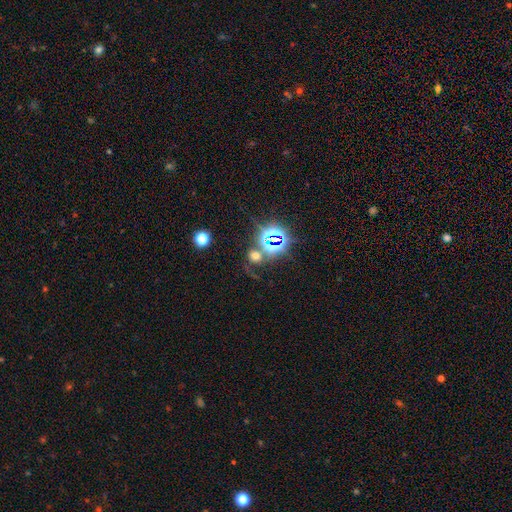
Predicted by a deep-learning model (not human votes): star or artifact 54%, smooth 33%, featured or disk 13%.